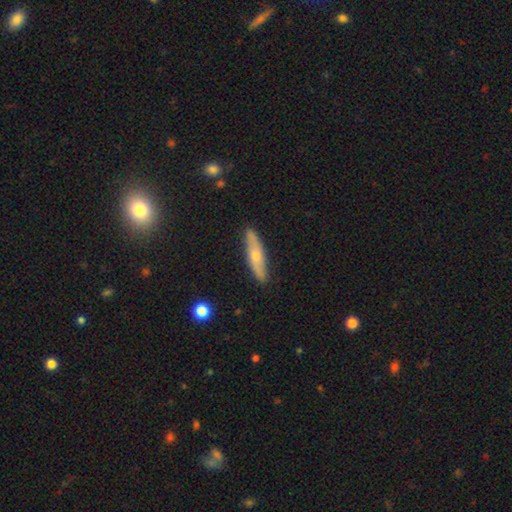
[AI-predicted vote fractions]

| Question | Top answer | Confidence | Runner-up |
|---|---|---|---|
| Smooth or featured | smooth | 49% | featured or disk (45%) |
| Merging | none | 87% | minor disturbance (10%) |